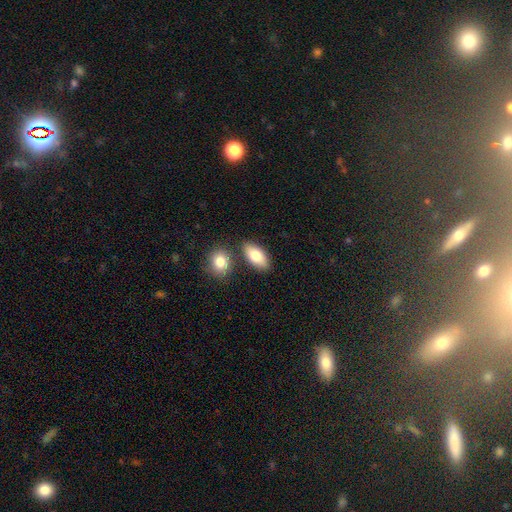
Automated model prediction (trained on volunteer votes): A smooth galaxy with no disk features (80%) that is in between round and cigar-shaped (90%). Merging: none (75%).